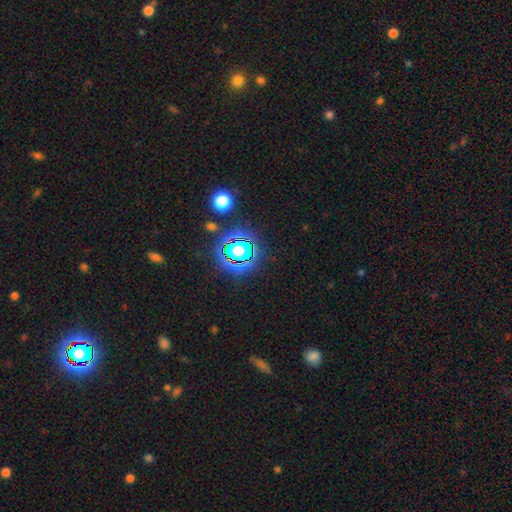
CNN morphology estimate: Overall: star or artifact (79%).